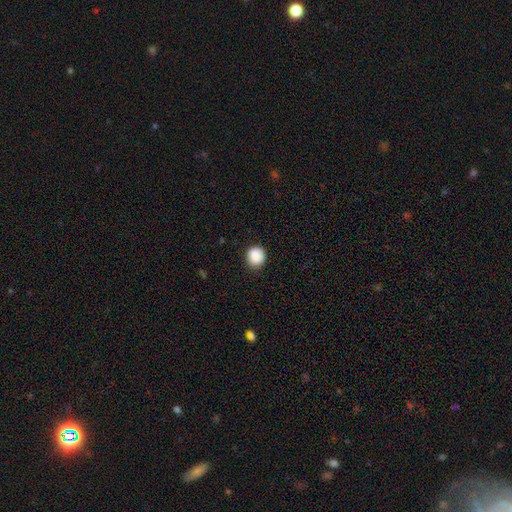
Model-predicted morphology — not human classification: The model was most divided on "how rounded": round: 88%, in between: 11%, cigar-shaped: 1%. More confident: smooth or featured — smooth (89%); merging — none (88%).